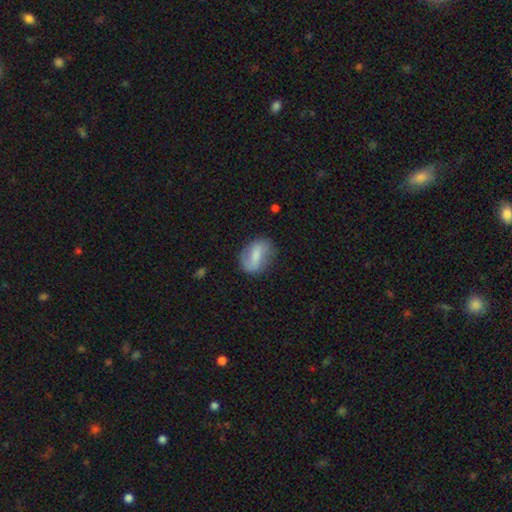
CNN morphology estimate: The model was most divided on "smooth or featured": smooth: 58%, featured or disk: 34%, star or artifact: 7%. More confident: how rounded — in between (77%); merging — none (69%).